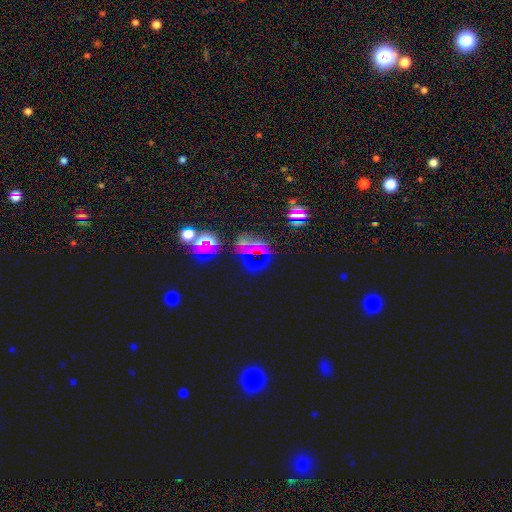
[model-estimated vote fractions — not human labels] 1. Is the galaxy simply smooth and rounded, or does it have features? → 74% star or artifact, 16% smooth, 10% featured or disk.